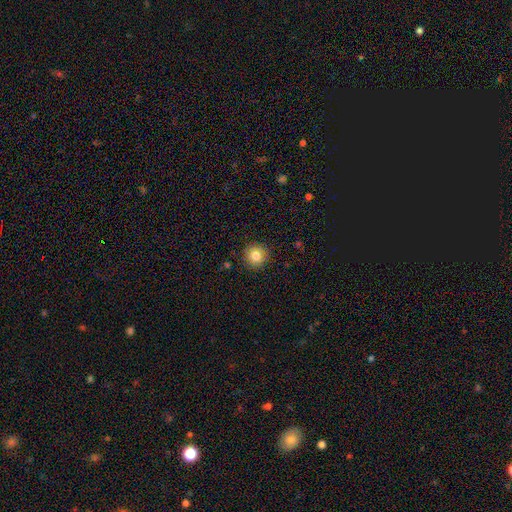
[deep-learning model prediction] Morphology: type=smooth (82%); roundness=round (94%); merging=none (91%).